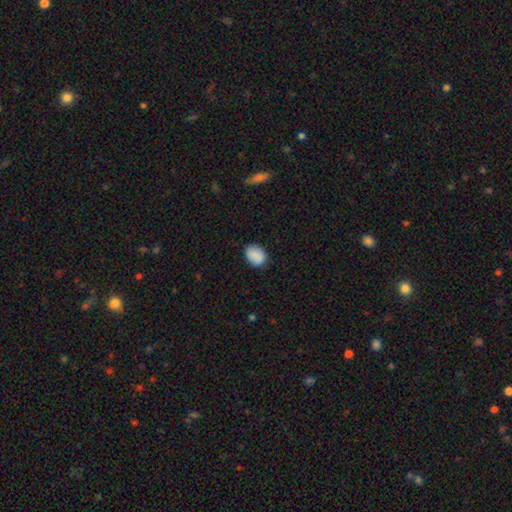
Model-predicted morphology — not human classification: Smooth or featured: smooth — 87% (star or artifact — 8%)
How rounded: in between — 62% (round — 37%)
Merging: none — 82% (minor disturbance — 14%)